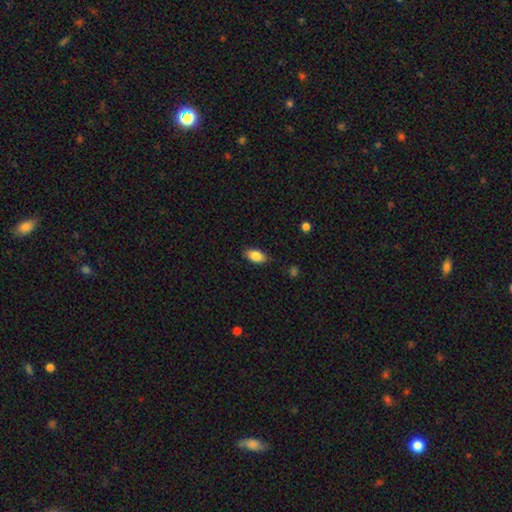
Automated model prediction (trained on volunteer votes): Smooth or featured: smooth — 85% (star or artifact — 8%)
How rounded: in between — 91% (cigar-shaped — 5%)
Merging: none — 84% (minor disturbance — 12%)